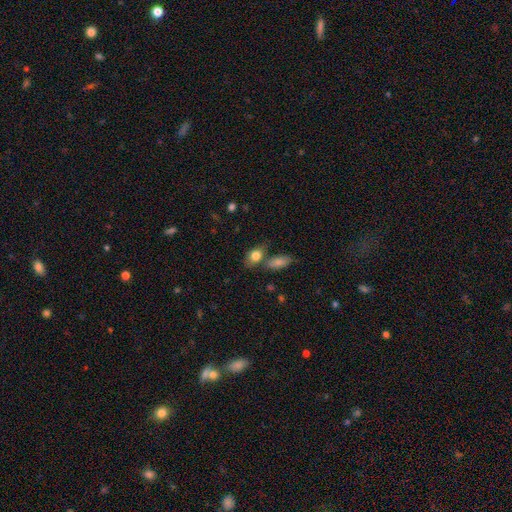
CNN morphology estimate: A smooth galaxy with no disk features (81%) that is in between round and cigar-shaped (77%). Merging: none (54%).